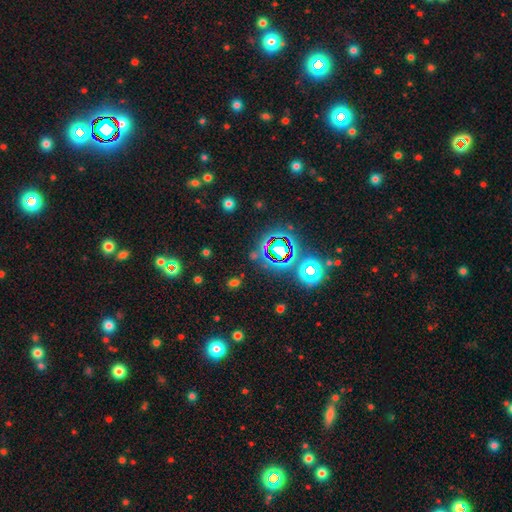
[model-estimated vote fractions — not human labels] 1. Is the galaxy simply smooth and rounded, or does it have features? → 76% star or artifact, 15% smooth, 10% featured or disk.